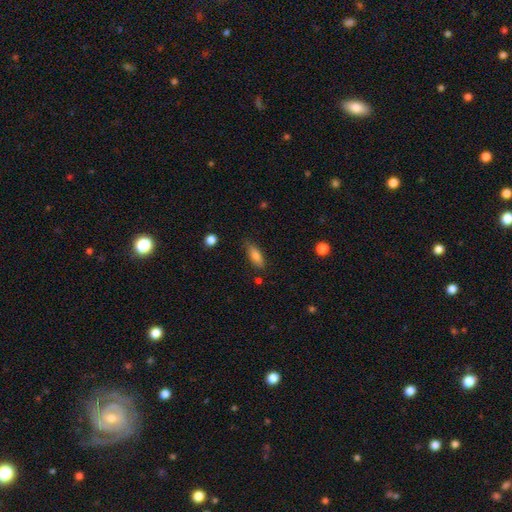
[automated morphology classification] smooth_or_featured: smooth (p=0.80) [alt: featured or disk p=0.13]
how_rounded: in between (p=0.64) [alt: cigar-shaped p=0.33]
merging: none (p=0.75) [alt: minor disturbance p=0.19]